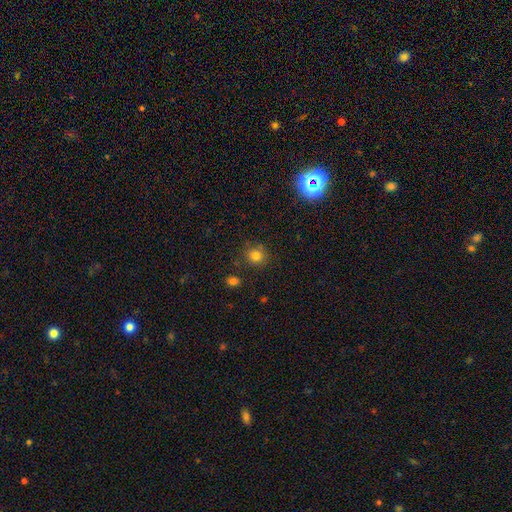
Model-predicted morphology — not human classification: A smooth galaxy with no disk features (80%) that is round (83%). Merging: none (82%).